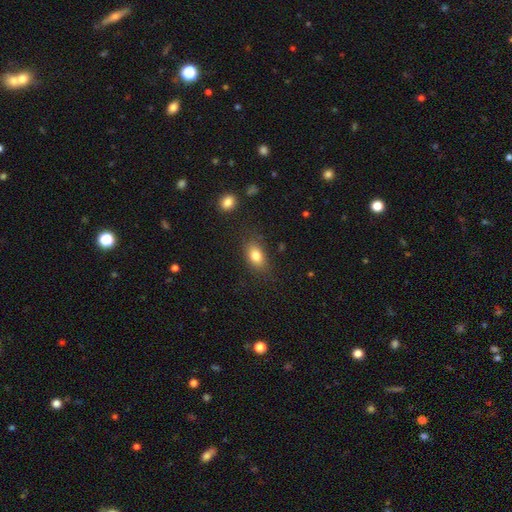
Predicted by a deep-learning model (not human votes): The model was most divided on "merging": none: 78%, minor disturbance: 15%, major disturbance: 5%, merger: 2%. More confident: how rounded — in between (84%); smooth or featured — smooth (81%).